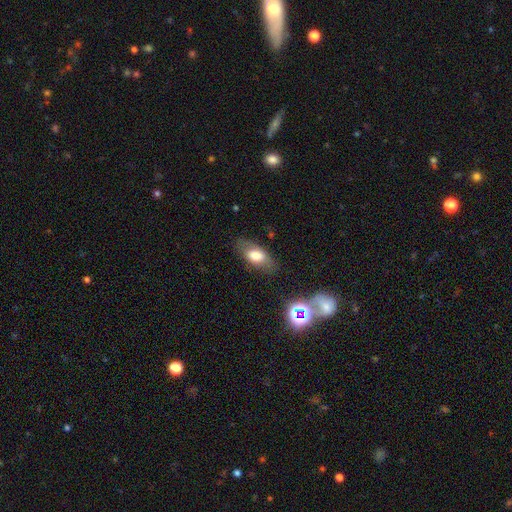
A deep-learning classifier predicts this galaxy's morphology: Smooth or featured? smooth (68%)
How rounded? in between (89%)
Merging? none (77%)